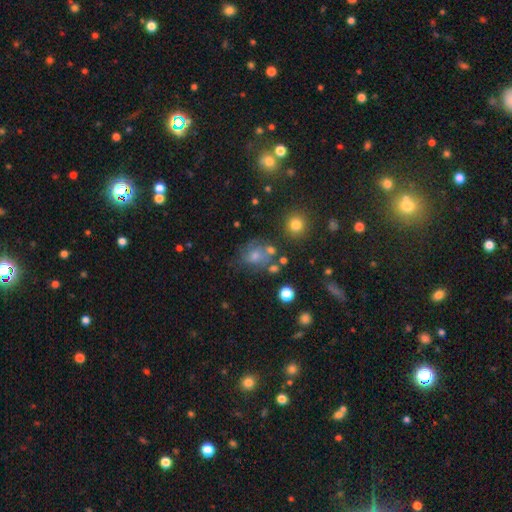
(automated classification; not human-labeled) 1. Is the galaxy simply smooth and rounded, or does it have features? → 44% smooth, 28% featured or disk, 28% star or artifact.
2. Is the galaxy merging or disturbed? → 58% none, 20% minor disturbance, 12% major disturbance, 11% merger.